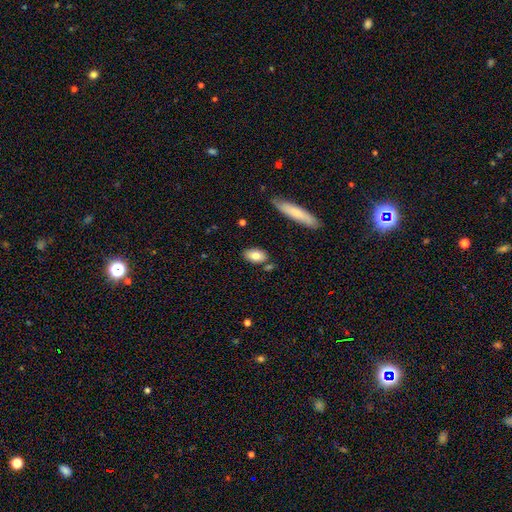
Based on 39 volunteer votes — smooth_or_featured: smooth (p=0.74) [alt: featured or disk p=0.15]
how_rounded: in between (p=0.79) [alt: round p=0.14]
merging: none (p=0.77) [alt: merger p=0.11]